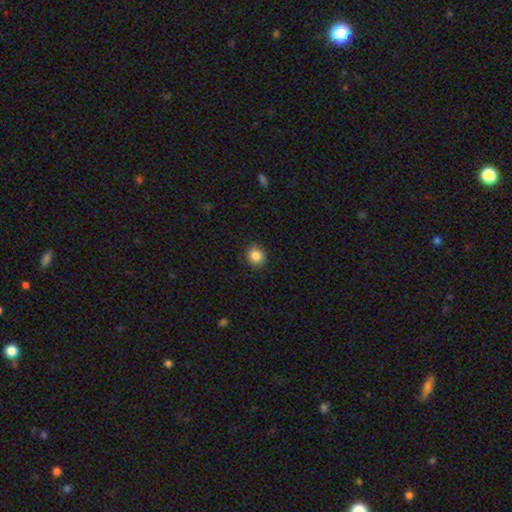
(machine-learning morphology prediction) smooth 87%, star or artifact 9%, featured or disk 4%. Down the decision tree: how rounded — round (73%); merging — none (88%).